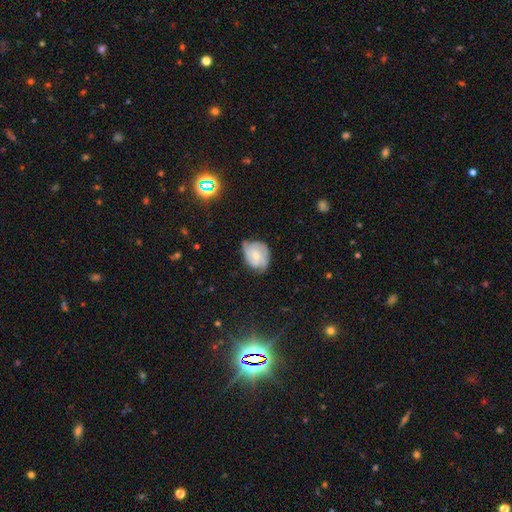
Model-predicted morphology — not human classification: Overall: featured or disk (66%; smooth 26%). Edge-on disk: no (97%). Bar: no (63%; weak 30%). Spiral arms: yes (89%). Spiral arm count: 2 (34%; 3 30%). Spiral winding: tight (52%; medium 36%). Bulge size: small (56%; moderate 40%). Merging: none (55%; minor disturbance 34%).